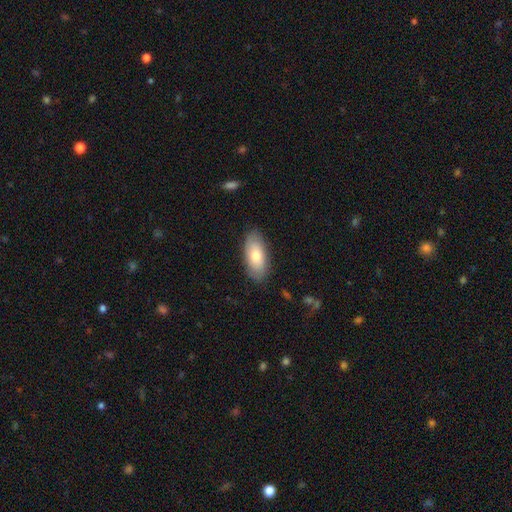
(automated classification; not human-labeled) Overall: smooth (72%). How rounded: in between (88%). Merging: none (84%).